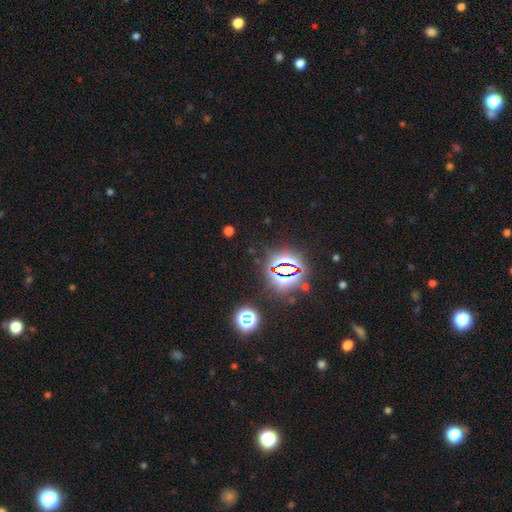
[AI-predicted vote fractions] Smooth or featured? star or artifact (81%)